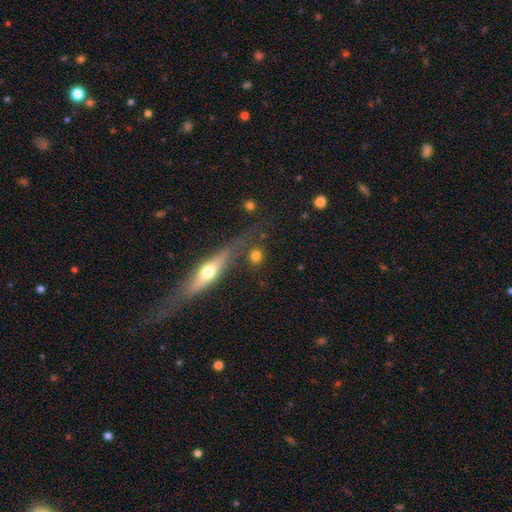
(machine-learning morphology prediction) This is likely a smooth galaxy (74%). How rounded: clearly round (81%). Merging: likely none (72%).